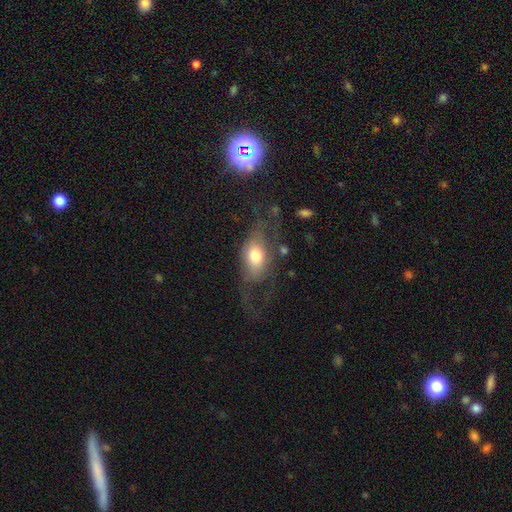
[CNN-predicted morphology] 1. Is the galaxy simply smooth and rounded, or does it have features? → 61% smooth, 31% featured or disk, 8% star or artifact.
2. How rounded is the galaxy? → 84% in between, 12% round, 5% cigar-shaped.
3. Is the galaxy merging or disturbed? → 39% major disturbance, 37% none, 20% minor disturbance, 4% merger.